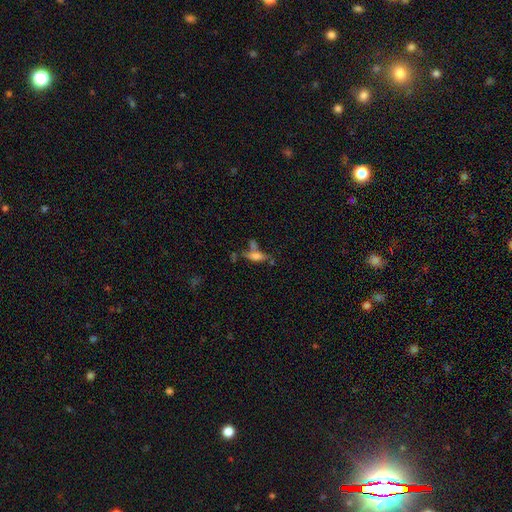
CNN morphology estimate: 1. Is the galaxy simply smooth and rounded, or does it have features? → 50% smooth, 38% featured or disk, 12% star or artifact.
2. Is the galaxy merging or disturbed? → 48% none, 26% merger, 16% minor disturbance, 10% major disturbance.